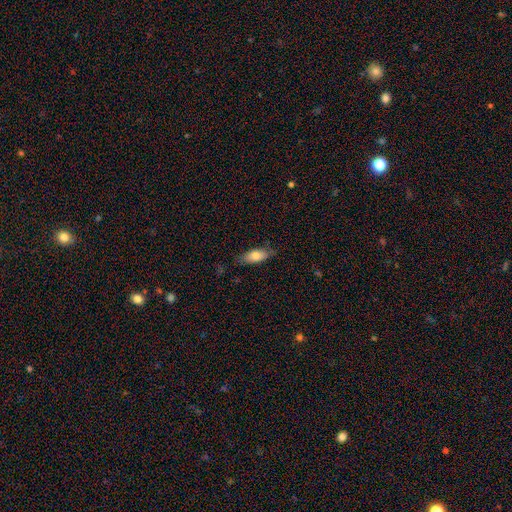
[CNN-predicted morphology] Smooth or featured? Predicted: smooth (p=0.75). How rounded? Predicted: in between (p=0.77). Merging? Predicted: none (p=0.74).